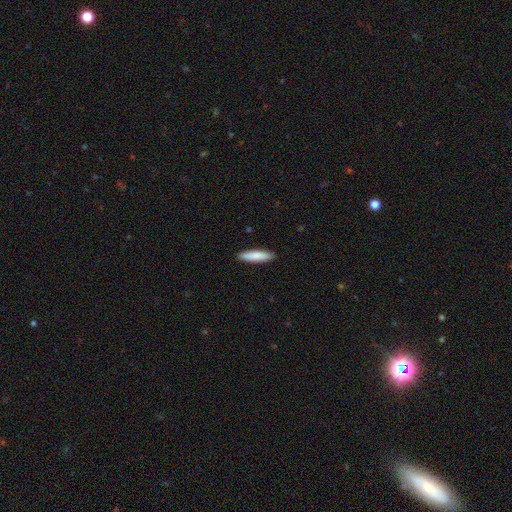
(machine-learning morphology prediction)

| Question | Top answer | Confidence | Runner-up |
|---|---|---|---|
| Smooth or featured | smooth | 85% | featured or disk (10%) |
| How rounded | cigar-shaped | 79% | in between (20%) |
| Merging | none | 91% | minor disturbance (7%) |